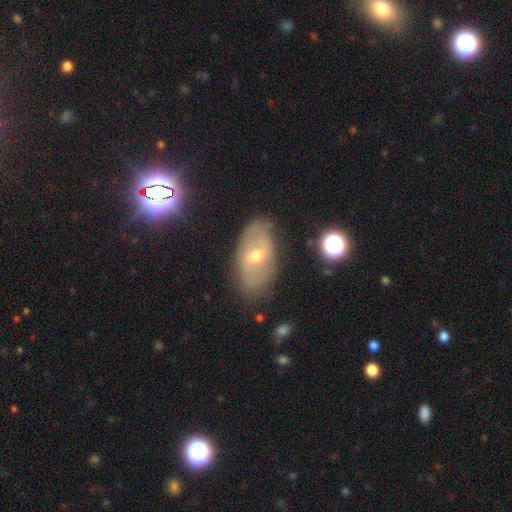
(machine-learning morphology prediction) featured or disk 59%, smooth 30%, star or artifact 10%. Down the decision tree: edge-on disk — no (90%); bar — weak (48%); spiral arms — yes (53%); bulge size — moderate (54%); merging — none (76%).